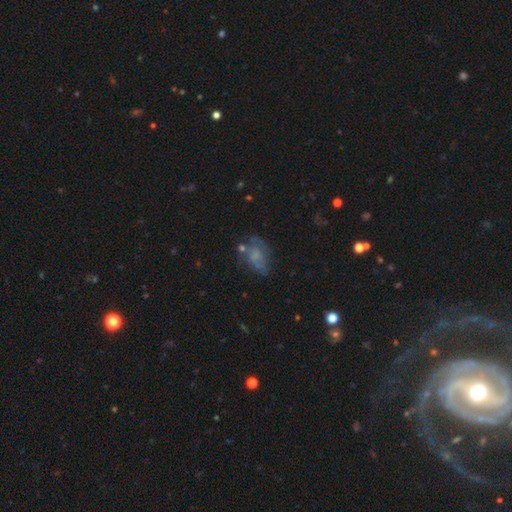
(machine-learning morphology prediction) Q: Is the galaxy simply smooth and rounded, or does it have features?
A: featured or disk — 46%.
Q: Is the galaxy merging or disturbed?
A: none — 44%.